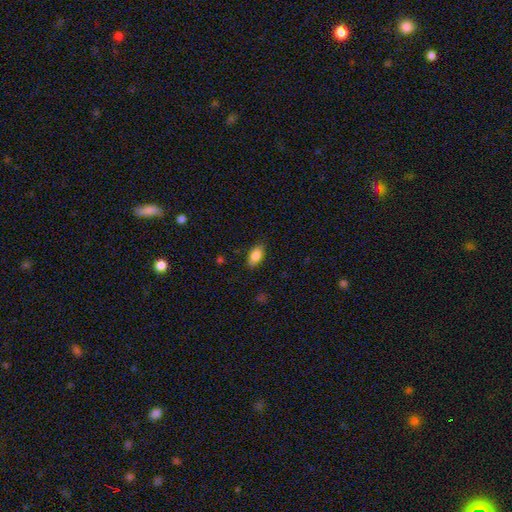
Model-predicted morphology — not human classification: Q: Smooth or featured?
A: smooth (85%); runner-up: featured or disk (7%)
Q: How rounded?
A: in between (91%); runner-up: cigar-shaped (5%)
Q: Merging?
A: none (86%); runner-up: minor disturbance (11%)